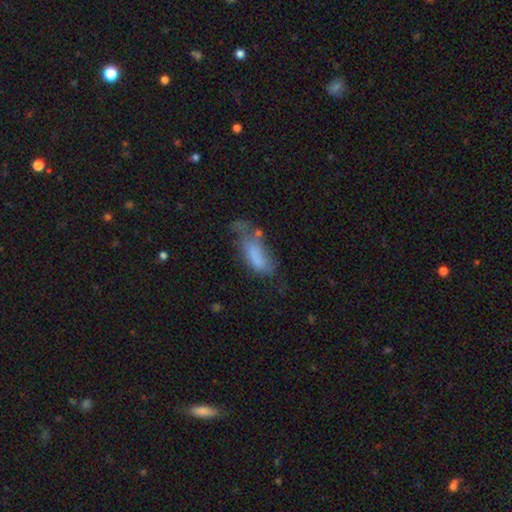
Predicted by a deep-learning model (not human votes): Smooth or featured? smooth (65%)
How rounded? in between (72%)
Merging? major disturbance (37%)